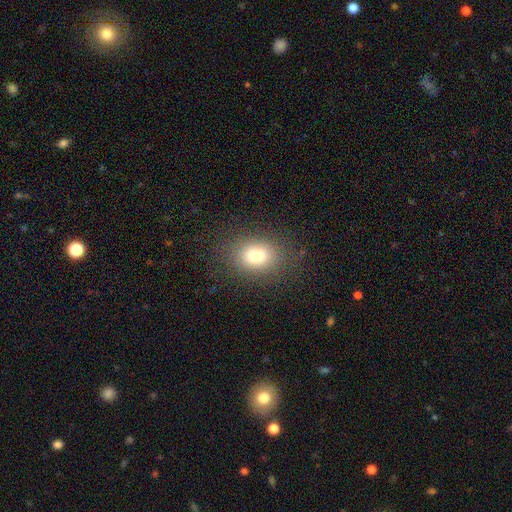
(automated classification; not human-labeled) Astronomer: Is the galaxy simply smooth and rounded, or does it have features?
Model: smooth — 77%.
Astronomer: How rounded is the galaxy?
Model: in between — 52% (runner-up: round, 47%).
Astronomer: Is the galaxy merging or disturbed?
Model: none — 84%.